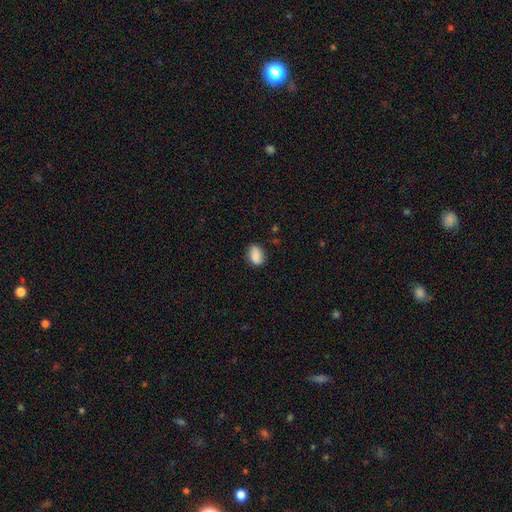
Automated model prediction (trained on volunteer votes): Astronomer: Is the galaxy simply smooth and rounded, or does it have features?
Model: smooth — 82%.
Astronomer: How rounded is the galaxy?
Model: in between — 81%.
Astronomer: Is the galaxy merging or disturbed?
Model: none — 74%.